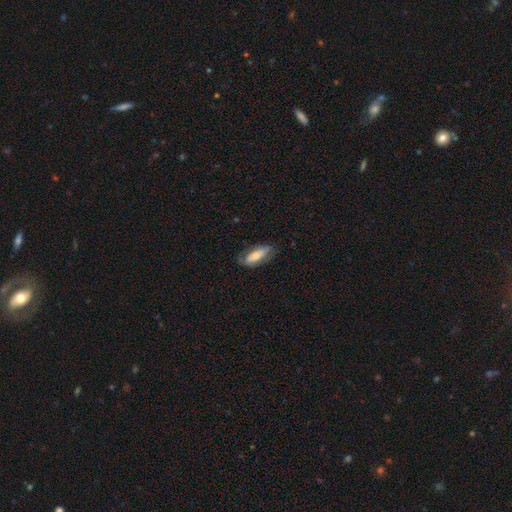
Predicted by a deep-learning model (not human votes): smooth_or_featured: featured or disk (p=0.47) [tied with: smooth p=0.47]
merging: none (p=0.71) [alt: minor disturbance p=0.19]